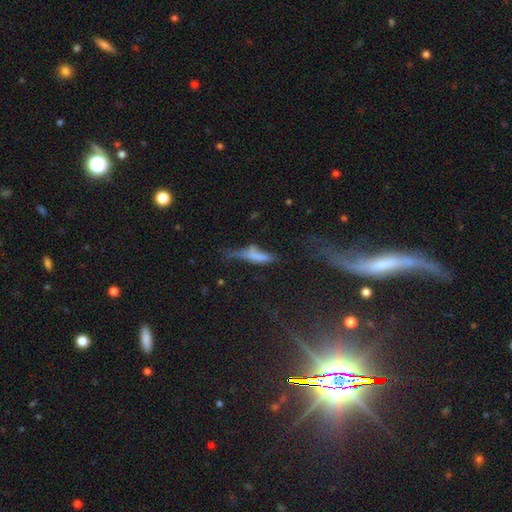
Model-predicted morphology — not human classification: smooth 52%, featured or disk 31%, star or artifact 16%. Down the decision tree: how rounded — cigar-shaped (68%); merging — none (32%).